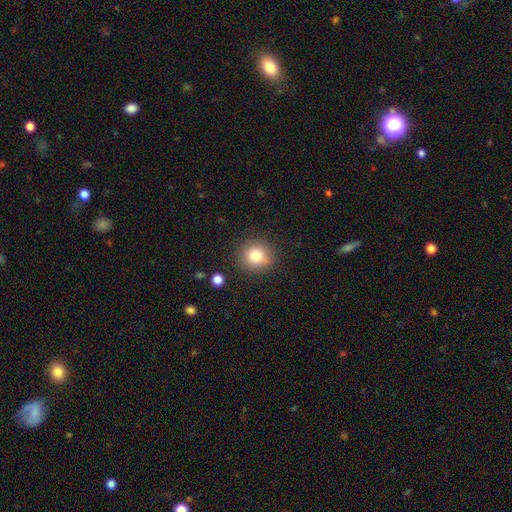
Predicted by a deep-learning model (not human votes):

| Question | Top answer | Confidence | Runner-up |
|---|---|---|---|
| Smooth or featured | smooth | 80% | star or artifact (11%) |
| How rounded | round | 89% | in between (10%) |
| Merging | none | 85% | minor disturbance (9%) |